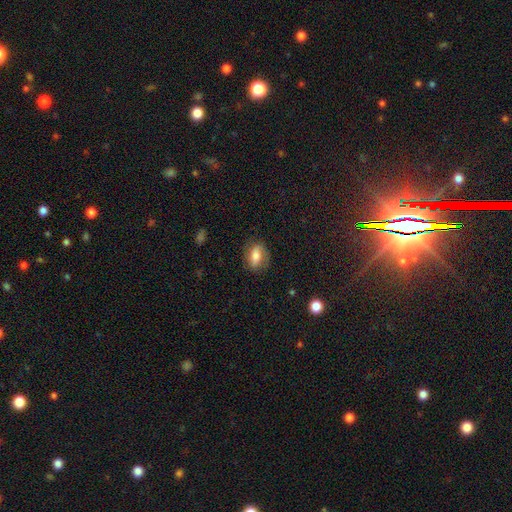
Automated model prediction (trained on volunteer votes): Smooth or featured?
  - smooth: 59% *
  - featured or disk: 32%
  - star or artifact: 8%
How rounded?
  - in between: 80% *
  - round: 15%
  - cigar-shaped: 5%
Merging?
  - none: 75% *
  - minor disturbance: 17%
  - major disturbance: 7%
  - merger: 1%